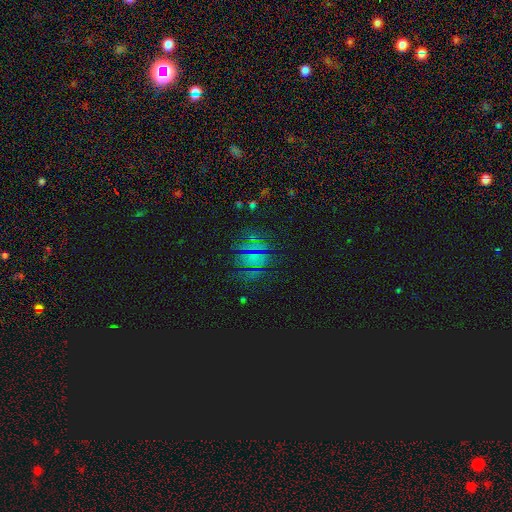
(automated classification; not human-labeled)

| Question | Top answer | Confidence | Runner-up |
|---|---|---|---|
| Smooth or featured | star or artifact | 52% | smooth (30%) |